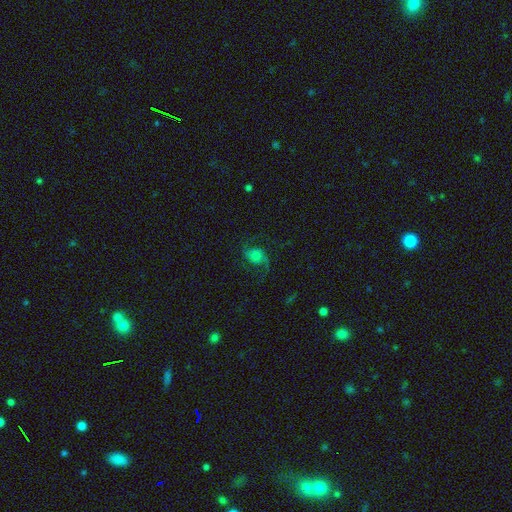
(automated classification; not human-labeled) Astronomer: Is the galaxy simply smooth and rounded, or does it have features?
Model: featured or disk — 72%.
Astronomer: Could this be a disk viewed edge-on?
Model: no — 98%.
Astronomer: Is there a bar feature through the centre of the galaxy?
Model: no — 68%.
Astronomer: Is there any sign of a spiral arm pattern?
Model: yes — 95%.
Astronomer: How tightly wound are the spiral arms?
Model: loose — 64%.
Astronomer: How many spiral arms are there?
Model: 2 — 92%.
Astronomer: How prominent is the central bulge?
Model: none — 32% (runner-up: large, 21%).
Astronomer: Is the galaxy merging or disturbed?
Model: none — 72%.